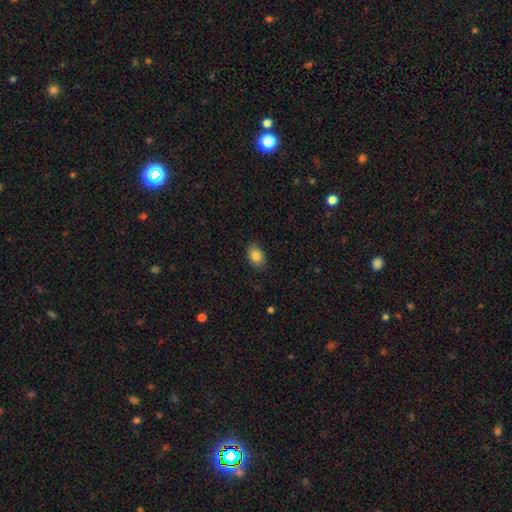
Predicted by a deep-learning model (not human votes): This appears to be a smooth galaxy with no disk features (84%) that is in between round and cigar-shaped (82%). Merging: none (86%).